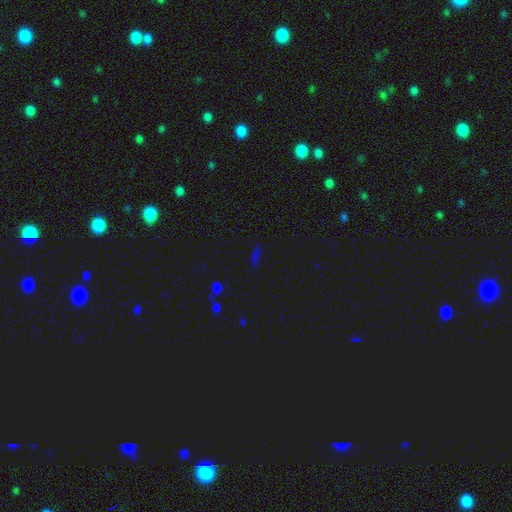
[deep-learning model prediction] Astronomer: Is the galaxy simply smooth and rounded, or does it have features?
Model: star or artifact — 50% (runner-up: smooth, 40%).